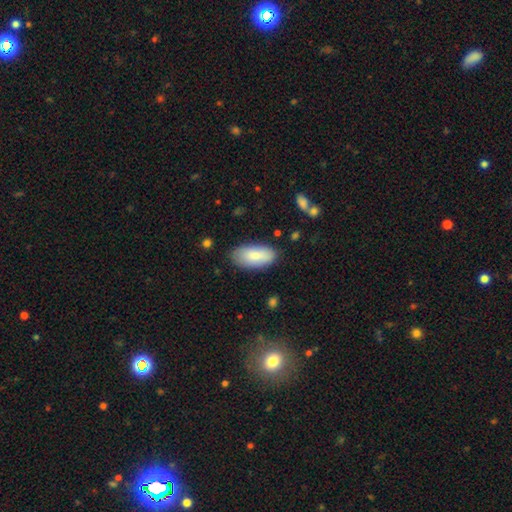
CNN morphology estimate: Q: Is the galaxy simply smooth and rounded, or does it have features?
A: smooth — 83%.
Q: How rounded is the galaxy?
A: in between — 92%.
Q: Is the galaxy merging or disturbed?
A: none — 81%.